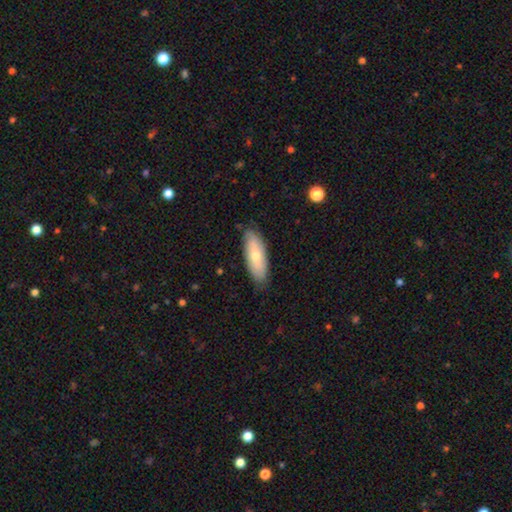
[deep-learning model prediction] Smooth or featured?
  - smooth: 64% *
  - featured or disk: 30%
  - star or artifact: 6%
How rounded?
  - in between: 67% *
  - cigar-shaped: 31%
  - round: 2%
Merging?
  - none: 81% *
  - minor disturbance: 15%
  - major disturbance: 3%
  - merger: 1%